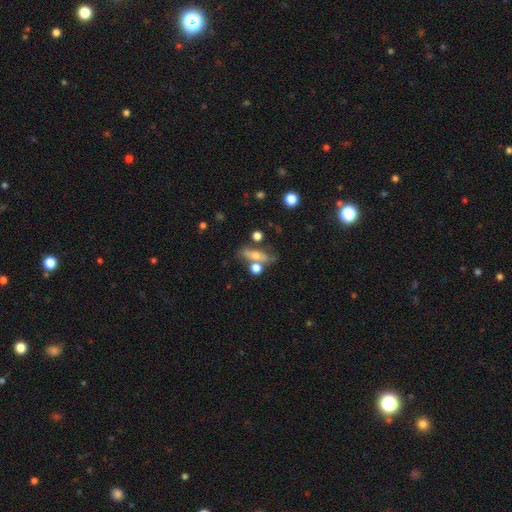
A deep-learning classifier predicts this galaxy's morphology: Smooth or featured? Predicted: smooth (p=0.50). How rounded? Predicted: in between (p=0.48). Merging? Predicted: none (p=0.54).